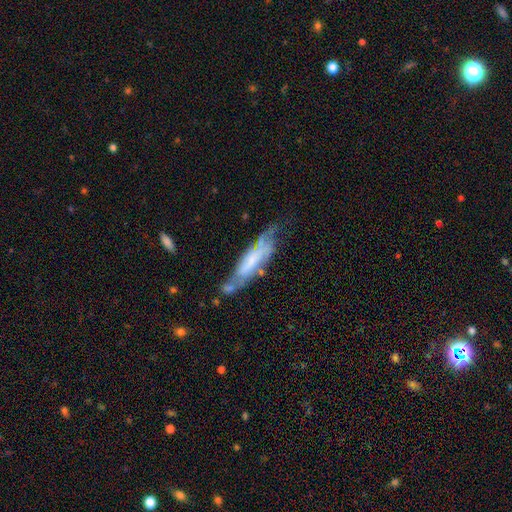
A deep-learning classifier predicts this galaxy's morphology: featured or disk 60%, smooth 31%, star or artifact 8%. Down the decision tree: edge-on disk — no (54%); merging — none (51%).